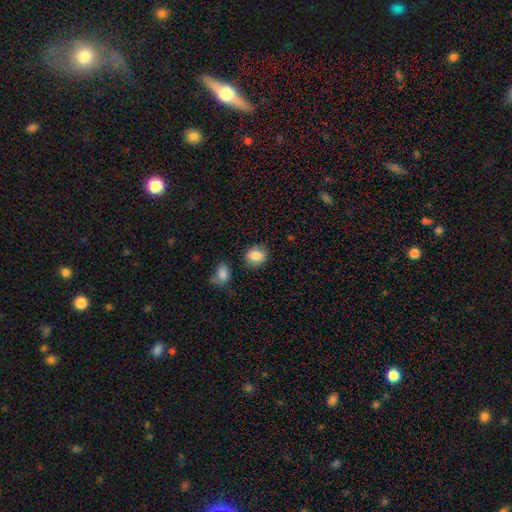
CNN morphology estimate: type=smooth (85%); roundness=round (65%); merging=none (78%).